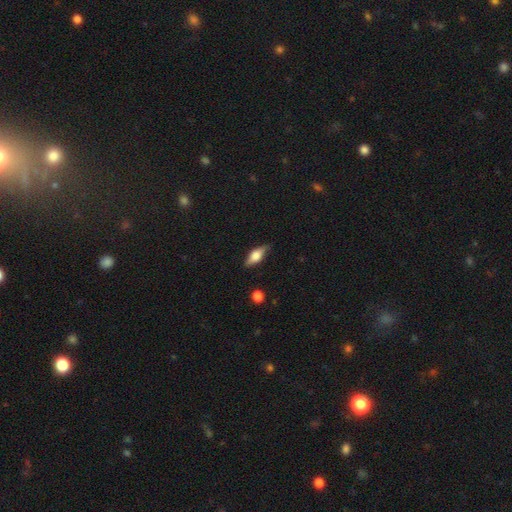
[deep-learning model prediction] smooth-or-featured: smooth: 57% | featured or disk: 36% | star or artifact: 7%
  how-rounded: in between: 72% | cigar-shaped: 24% | round: 4%
  merging: none: 77% | minor disturbance: 18% | major disturbance: 4% | merger: 2%